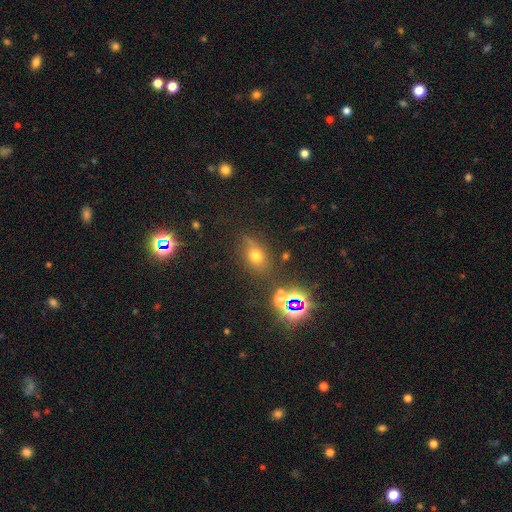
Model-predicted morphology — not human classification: This is possibly a smooth galaxy (54%). How rounded: possibly in between (58%). Merging: likely none (68%).